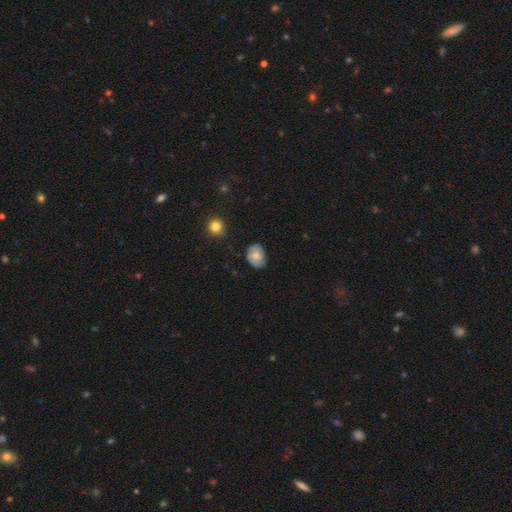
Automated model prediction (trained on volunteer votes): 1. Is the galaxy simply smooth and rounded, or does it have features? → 59% smooth, 33% featured or disk, 8% star or artifact.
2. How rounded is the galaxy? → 68% in between, 31% round, 1% cigar-shaped.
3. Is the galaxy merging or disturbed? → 68% none, 25% minor disturbance, 5% major disturbance, 2% merger.